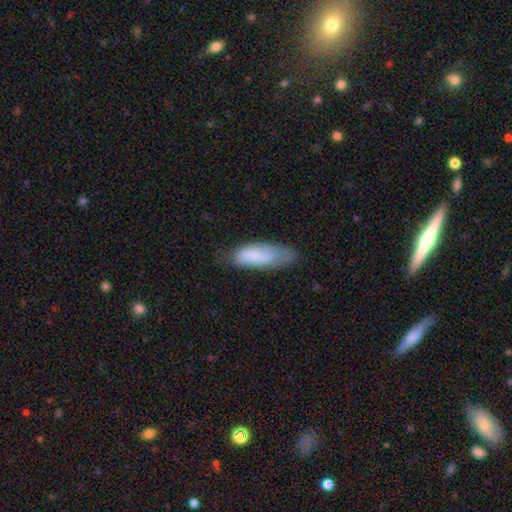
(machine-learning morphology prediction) type=smooth (71%); roundness=in between (66%); merging=none (52%).